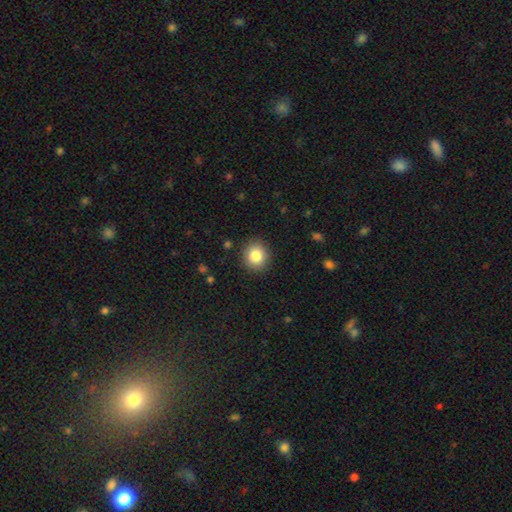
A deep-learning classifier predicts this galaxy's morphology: Smooth or featured?
  - smooth: 83% *
  - star or artifact: 10%
  - featured or disk: 7%
How rounded?
  - round: 84% *
  - in between: 15%
  - cigar-shaped: 1%
Merging?
  - none: 90% *
  - minor disturbance: 7%
  - major disturbance: 2%
  - merger: 1%